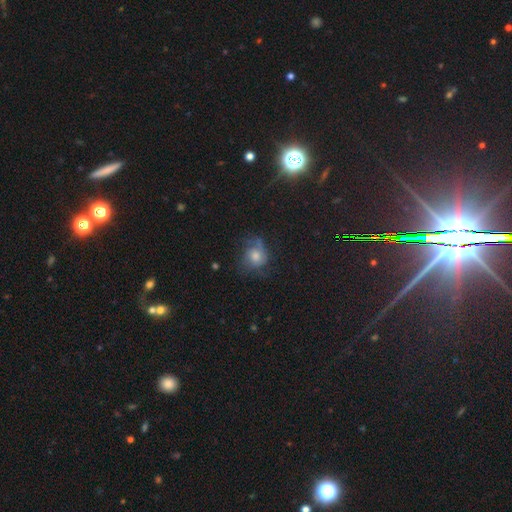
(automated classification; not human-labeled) This appears to be a featured or disk galaxy (46%). Merging: none (59%).